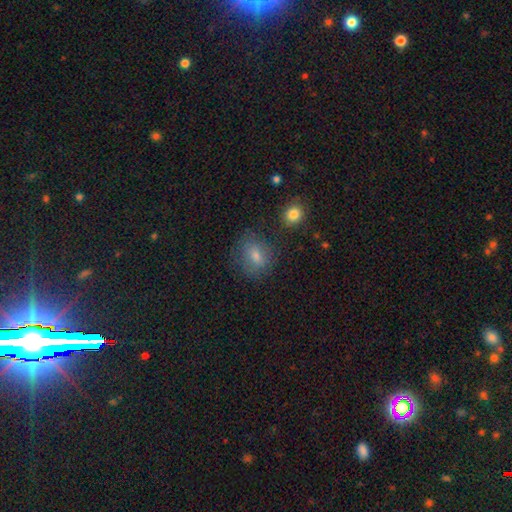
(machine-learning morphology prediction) The model was most divided on "how rounded": round: 54%, in between: 44%, cigar-shaped: 2%. More confident: merging — none (73%); smooth or featured — smooth (66%).